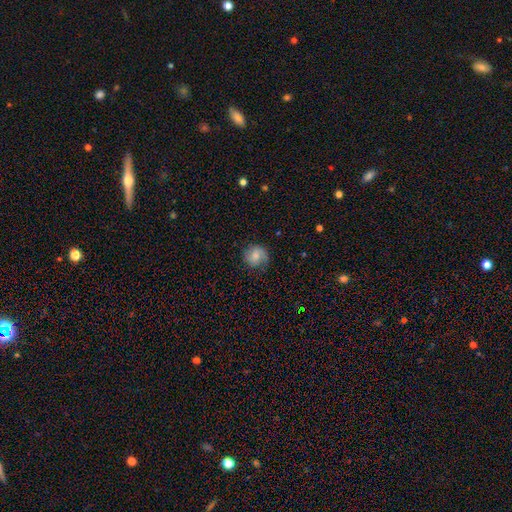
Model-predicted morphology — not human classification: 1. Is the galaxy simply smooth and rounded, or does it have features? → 62% smooth, 30% featured or disk, 8% star or artifact.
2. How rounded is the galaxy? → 85% round, 15% in between, 1% cigar-shaped.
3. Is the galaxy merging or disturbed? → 71% none, 20% minor disturbance, 7% major disturbance, 1% merger.